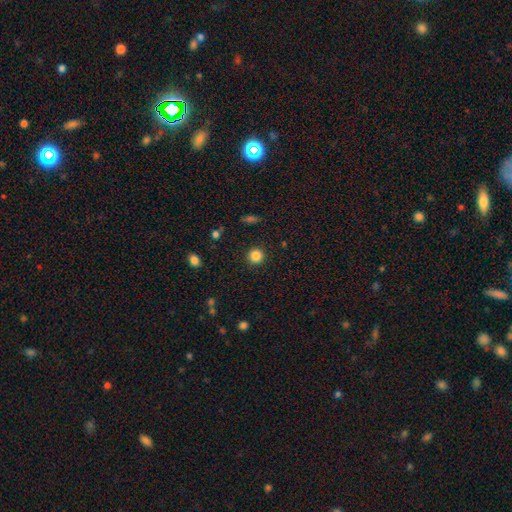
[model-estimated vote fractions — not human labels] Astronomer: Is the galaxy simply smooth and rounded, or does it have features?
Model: smooth — 85%.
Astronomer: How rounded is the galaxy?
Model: round — 94%.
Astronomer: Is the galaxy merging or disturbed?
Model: none — 92%.